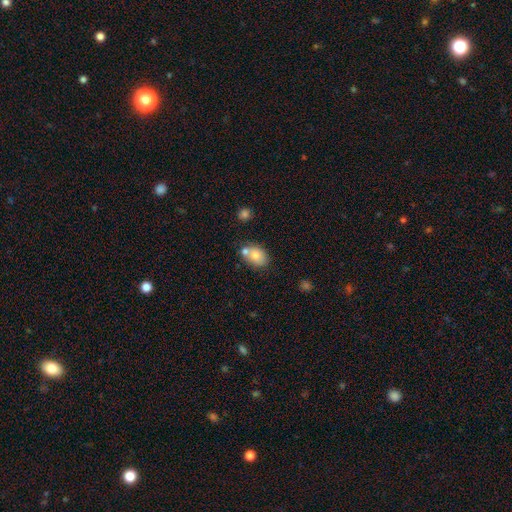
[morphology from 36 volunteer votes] This is likely a smooth galaxy (69%). How rounded: clearly in between (92%). Merging: marginally none (44%).